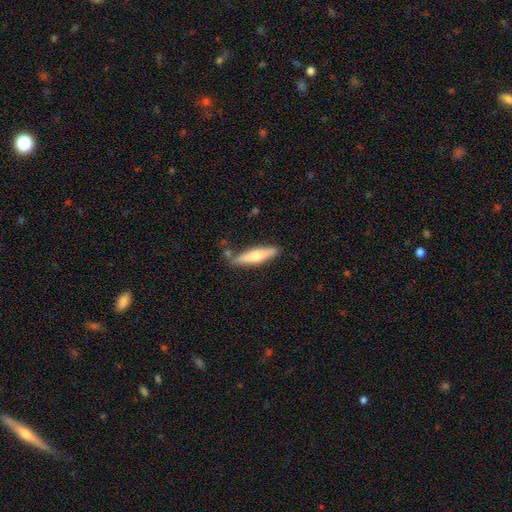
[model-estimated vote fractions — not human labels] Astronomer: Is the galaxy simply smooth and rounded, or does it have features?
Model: smooth — 55% (runner-up: featured or disk, 40%).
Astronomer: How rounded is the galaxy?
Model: cigar-shaped — 77%.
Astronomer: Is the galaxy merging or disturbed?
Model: none — 78%.